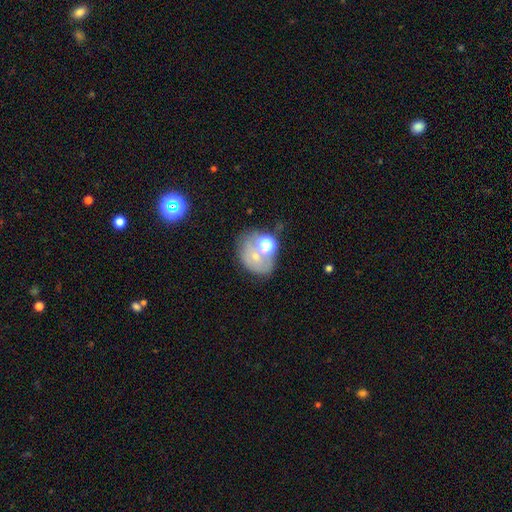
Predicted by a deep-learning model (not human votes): Smooth or featured: smooth — 49% (featured or disk — 34%)
Merging: none — 43% (merger — 25%)